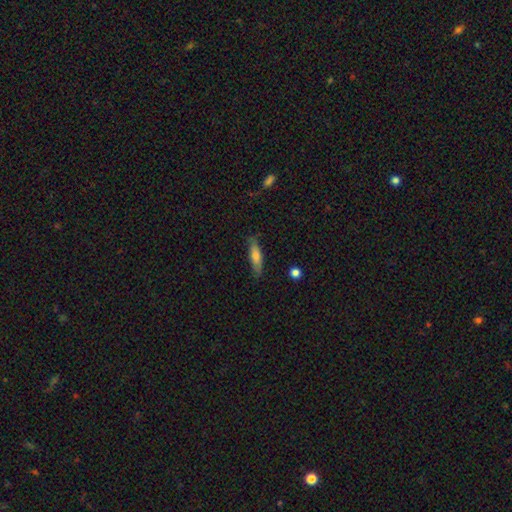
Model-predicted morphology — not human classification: A smooth galaxy with no disk features (66%) that is cigar-shaped (72%).

Vote fractions:
- Smooth or featured? smooth: 66% / featured or disk: 27% / star or artifact: 7%
- How rounded? cigar-shaped: 72% / in between: 26% / round: 2%
- Merging? none: 82% / minor disturbance: 14% / major disturbance: 3% / merger: 1%